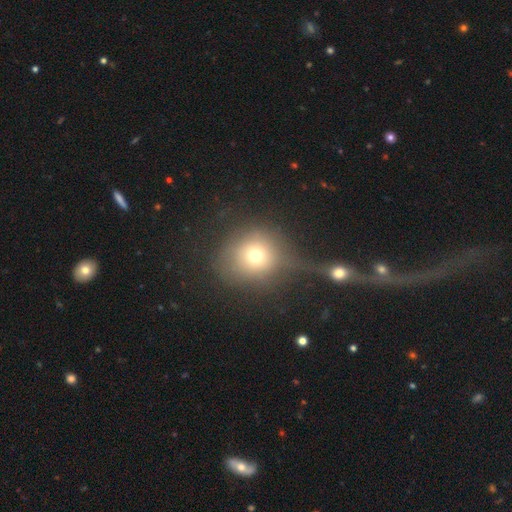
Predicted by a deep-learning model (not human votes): This is likely a smooth galaxy (69%). How rounded: clearly round (85%). Merging: marginally none (40%).